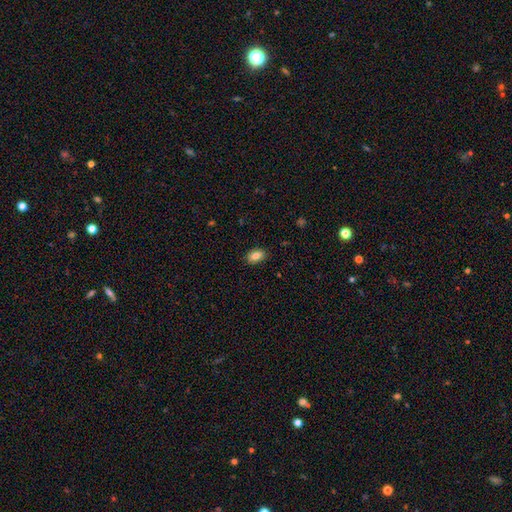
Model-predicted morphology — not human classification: smooth 85%, star or artifact 8%, featured or disk 7%. Down the decision tree: how rounded — in between (88%); merging — none (87%).